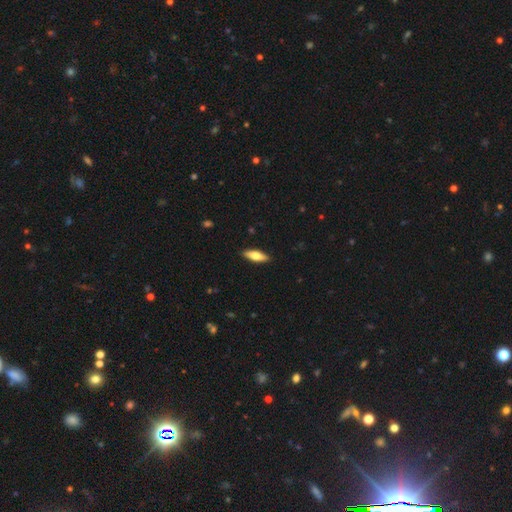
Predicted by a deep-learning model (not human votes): Smooth or featured: smooth — 65% (featured or disk — 29%)
How rounded: in between — 55% (cigar-shaped — 43%)
Merging: none — 89% (minor disturbance — 8%)